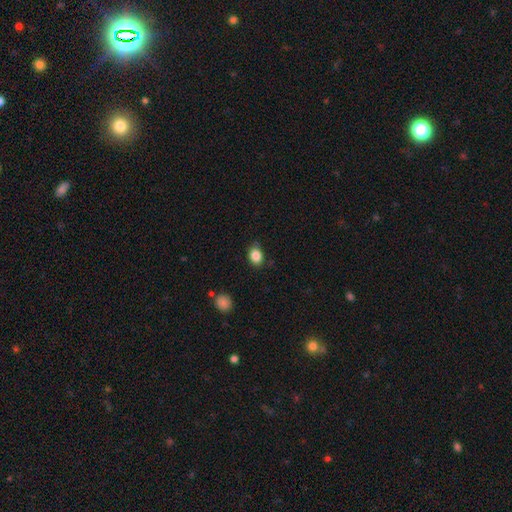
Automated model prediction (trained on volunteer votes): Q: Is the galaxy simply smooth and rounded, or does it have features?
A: smooth — 86%.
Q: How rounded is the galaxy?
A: in between — 58%.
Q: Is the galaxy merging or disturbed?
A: none — 79%.